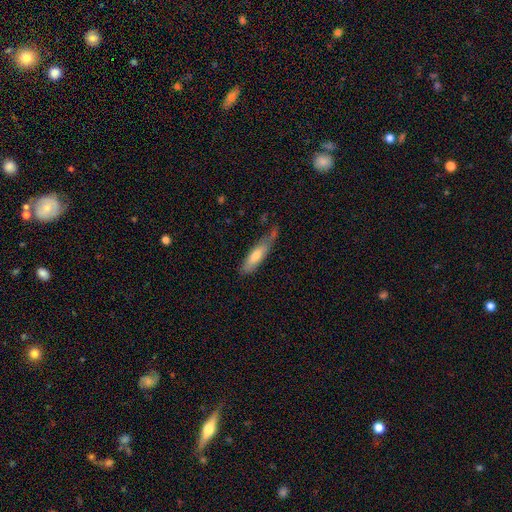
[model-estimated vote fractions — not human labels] smooth 65%, featured or disk 29%, star or artifact 6%. Down the decision tree: how rounded — cigar-shaped (63%); merging — none (46%).